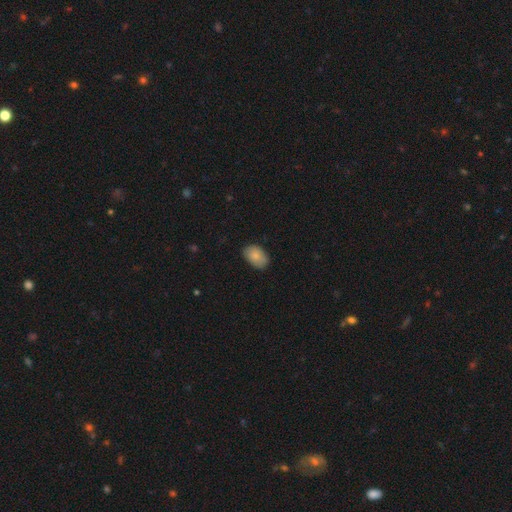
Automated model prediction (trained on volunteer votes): Q: Smooth or featured?
A: smooth (85%); runner-up: featured or disk (8%)
Q: How rounded?
A: in between (89%); runner-up: round (10%)
Q: Merging?
A: none (82%); runner-up: minor disturbance (15%)